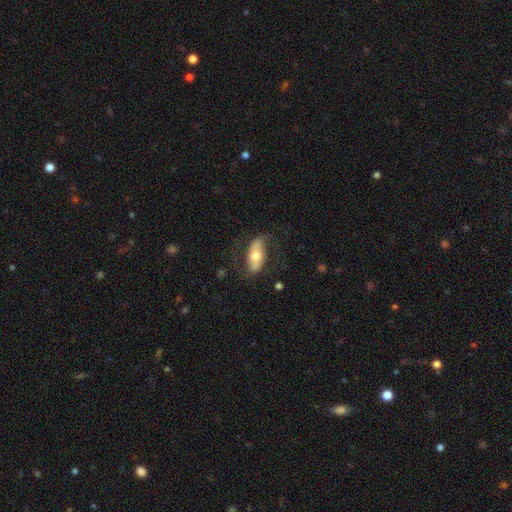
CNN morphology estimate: featured or disk 50%, smooth 44%, star or artifact 6%. Down the decision tree: merging — none (70%).